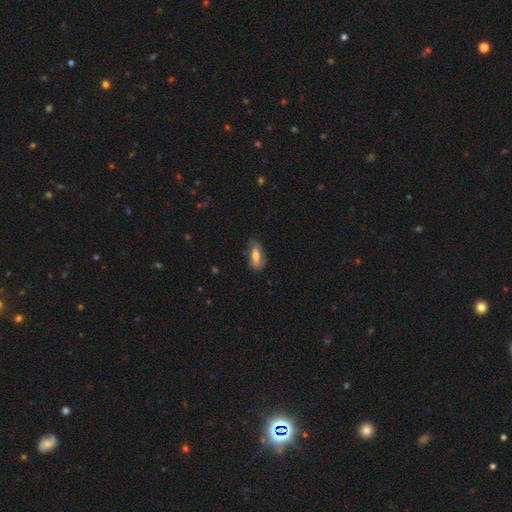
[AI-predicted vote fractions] A smooth galaxy with no disk features (56%) that is in between round and cigar-shaped (75%).

Vote fractions:
- Smooth or featured? smooth: 56% / featured or disk: 36% / star or artifact: 7%
- How rounded? in between: 75% / cigar-shaped: 21% / round: 4%
- Merging? none: 66% / minor disturbance: 24% / major disturbance: 8% / merger: 2%